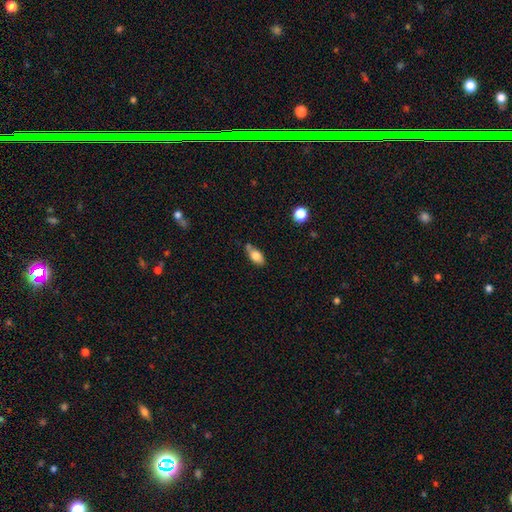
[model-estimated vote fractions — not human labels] Overall: smooth (80%). How rounded: in between (88%). Merging: none (57%; minor disturbance 24%).